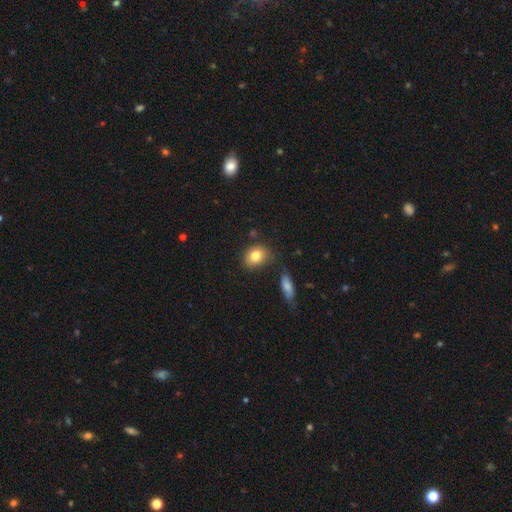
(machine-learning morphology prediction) This is clearly a smooth galaxy (81%). How rounded: possibly in between (57%). Merging: likely none (72%).